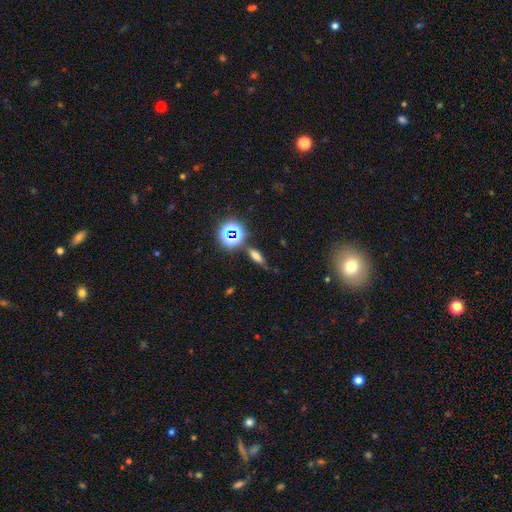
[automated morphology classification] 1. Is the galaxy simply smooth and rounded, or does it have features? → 61% smooth, 24% star or artifact, 15% featured or disk.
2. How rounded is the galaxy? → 58% in between, 31% cigar-shaped, 11% round.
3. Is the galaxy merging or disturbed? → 72% none, 16% minor disturbance, 7% merger, 5% major disturbance.